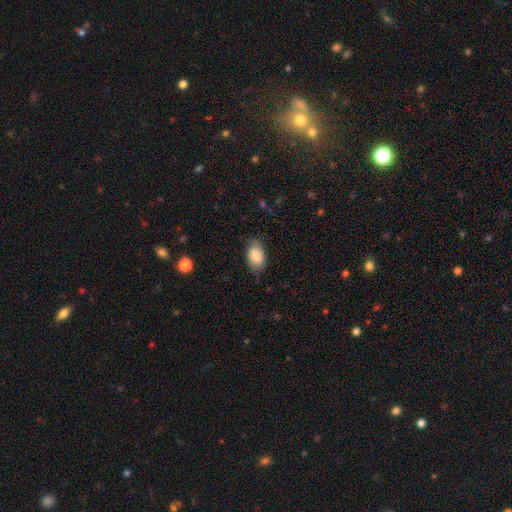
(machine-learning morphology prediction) A smooth galaxy with no disk features (73%) that is in between round and cigar-shaped (91%). Merging: none (69%).